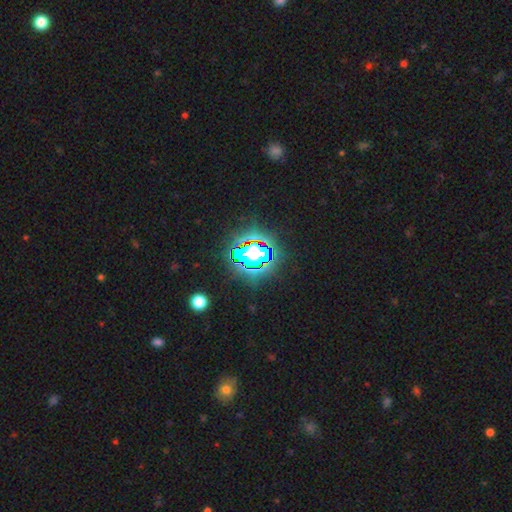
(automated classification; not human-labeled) Overall: star or artifact (79%).